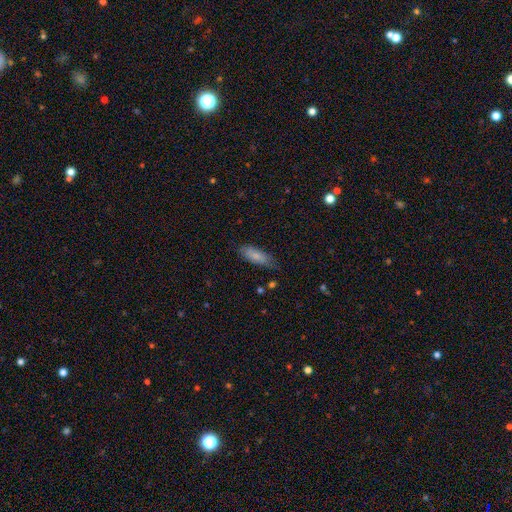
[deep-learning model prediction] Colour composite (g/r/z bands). It shows a smooth galaxy with no disk features (77%) that is in between round and cigar-shaped (74%). Merging: none (66%).